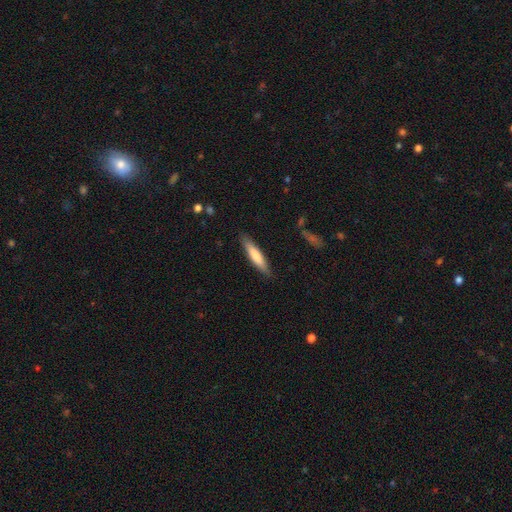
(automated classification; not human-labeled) Q: Smooth or featured?
A: smooth (71%); runner-up: featured or disk (23%)
Q: How rounded?
A: cigar-shaped (85%); runner-up: in between (14%)
Q: Merging?
A: none (87%); runner-up: minor disturbance (10%)